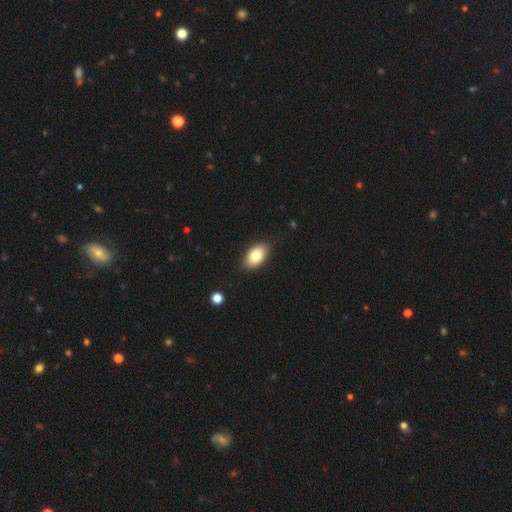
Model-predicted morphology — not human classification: Smooth or featured?
  - smooth: 81% *
  - featured or disk: 11%
  - star or artifact: 8%
How rounded?
  - in between: 91% *
  - round: 7%
  - cigar-shaped: 2%
Merging?
  - none: 86% *
  - minor disturbance: 10%
  - major disturbance: 2%
  - merger: 1%